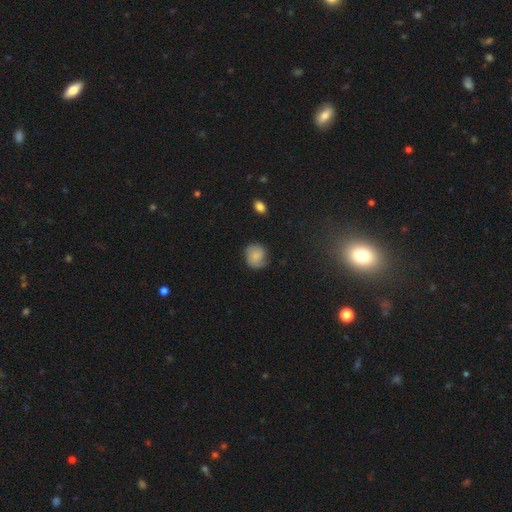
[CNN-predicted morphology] A smooth galaxy with no disk features (68%) that is round (74%). Merging: none (62%).